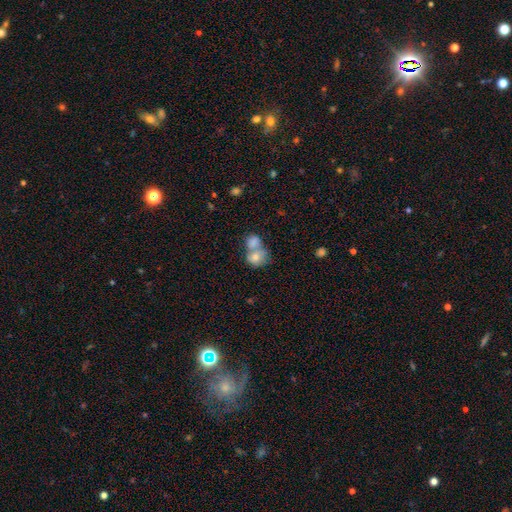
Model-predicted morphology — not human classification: This is likely a smooth galaxy (74%). How rounded: likely round (60%). Merging: likely merger (67%).